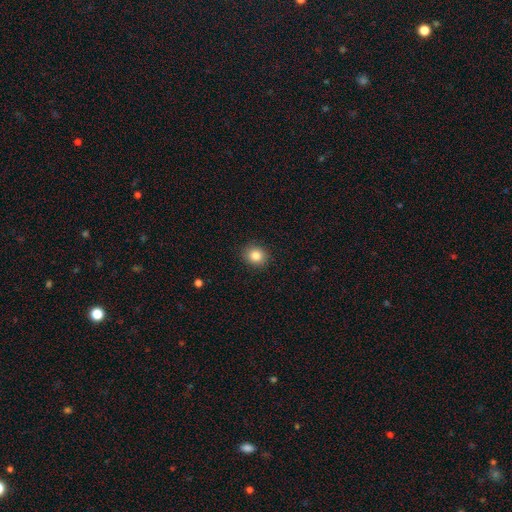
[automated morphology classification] type=smooth (85%); roundness=round (79%); merging=none (89%).